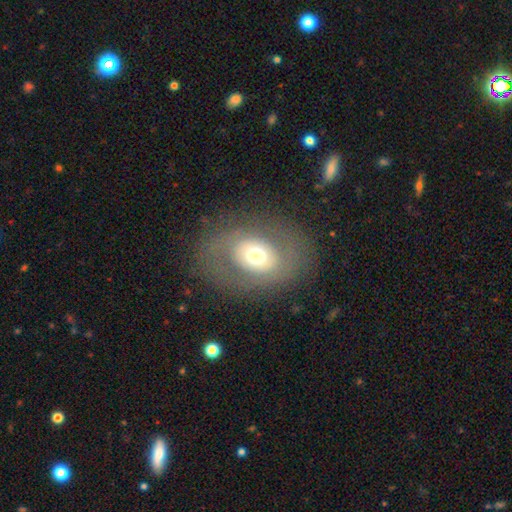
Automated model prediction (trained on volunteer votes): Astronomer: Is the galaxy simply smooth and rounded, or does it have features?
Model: smooth — 52% (runner-up: featured or disk, 38%).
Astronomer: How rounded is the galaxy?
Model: in between — 67%.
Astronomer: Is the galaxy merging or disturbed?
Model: none — 77%.